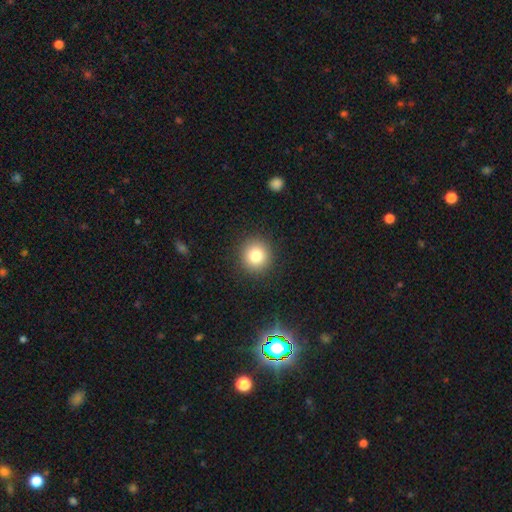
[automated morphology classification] A smooth galaxy with no disk features (80%) that is round (93%). Merging: none (91%).